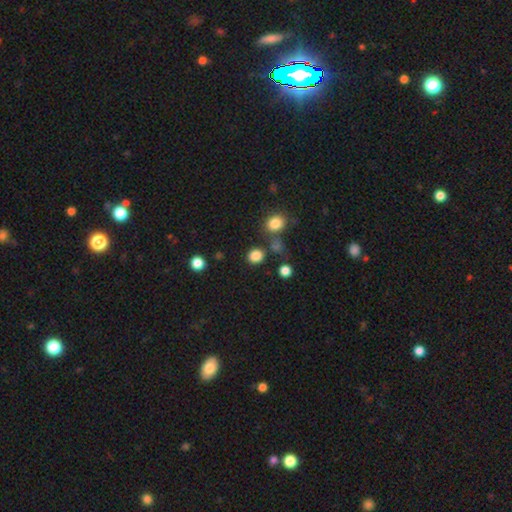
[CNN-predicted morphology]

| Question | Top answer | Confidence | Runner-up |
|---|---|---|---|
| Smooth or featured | smooth | 83% | star or artifact (13%) |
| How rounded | round | 80% | in between (19%) |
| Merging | none | 80% | minor disturbance (8%) |